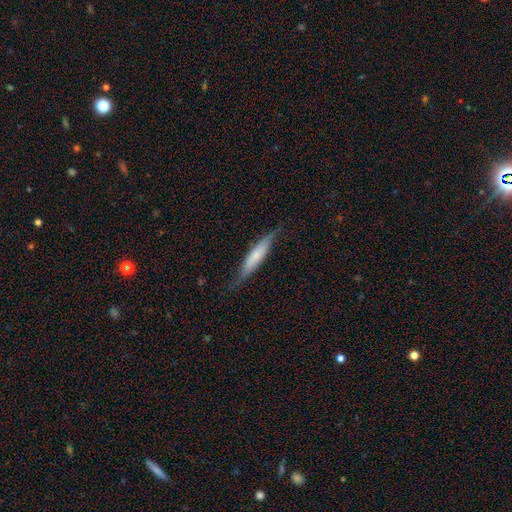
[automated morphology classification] smooth 53%, featured or disk 41%, star or artifact 6%. Down the decision tree: how rounded — cigar-shaped (86%); merging — none (74%).